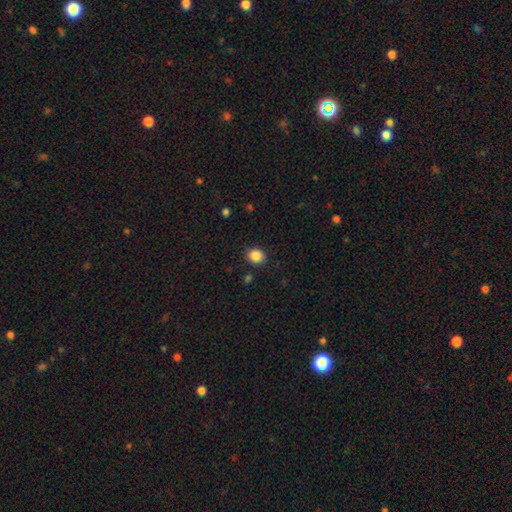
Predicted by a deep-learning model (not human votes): The model was most divided on "how rounded": round: 68%, in between: 31%, cigar-shaped: 1%. More confident: merging — none (88%); smooth or featured — smooth (86%).